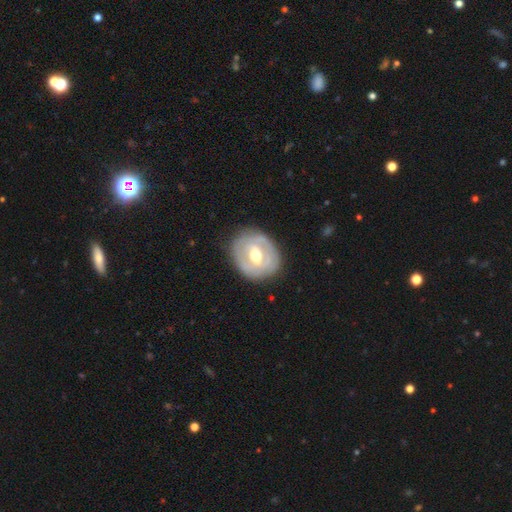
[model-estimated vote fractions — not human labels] A featured or disk galaxy (70%) with a weak bar (45%), no spiral arms (52%) and a moderate central bulge (76%). Merging: none (80%).